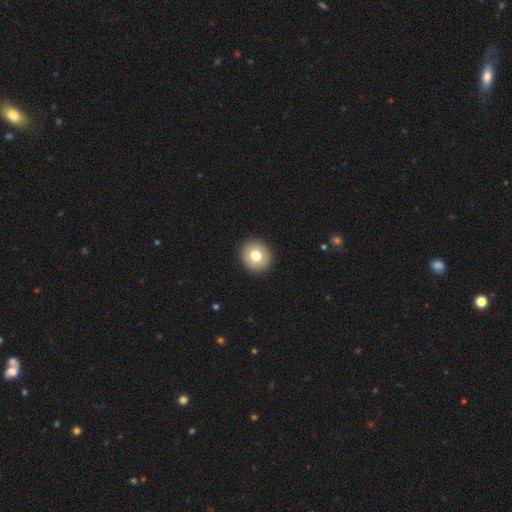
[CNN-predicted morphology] Smooth or featured? Predicted: smooth (p=0.77). How rounded? Predicted: round (p=0.91). Merging? Predicted: none (p=0.93).